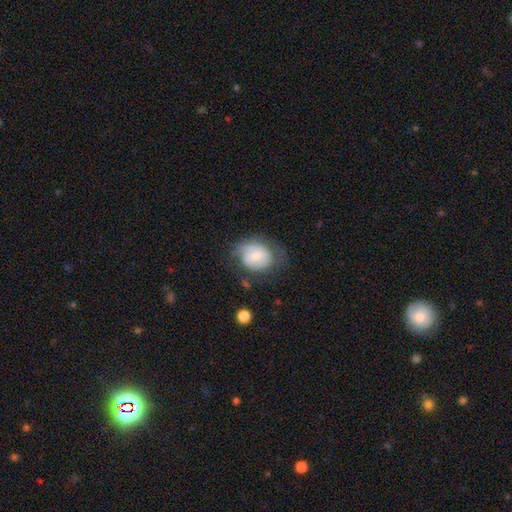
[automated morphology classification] smooth-or-featured: smooth: 53% | featured or disk: 39% | star or artifact: 8%
  how-rounded: round: 54% | in between: 45% | cigar-shaped: 1%
  merging: none: 52% | minor disturbance: 28% | major disturbance: 18% | merger: 3%